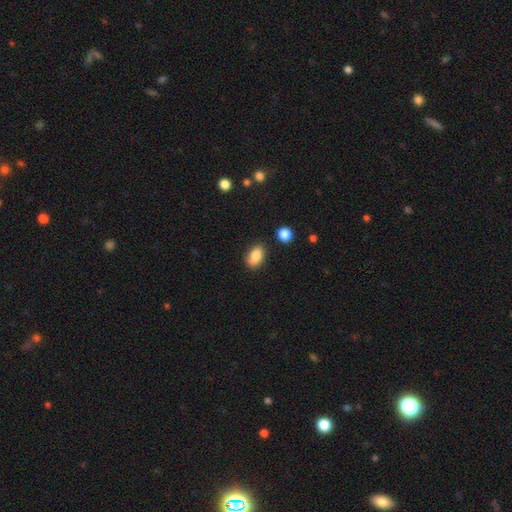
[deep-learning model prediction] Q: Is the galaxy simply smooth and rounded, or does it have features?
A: smooth — 85%.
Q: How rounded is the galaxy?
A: in between — 88%.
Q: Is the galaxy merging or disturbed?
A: none — 79%.